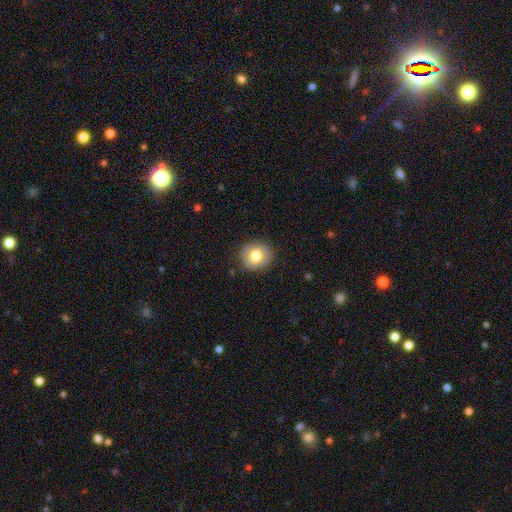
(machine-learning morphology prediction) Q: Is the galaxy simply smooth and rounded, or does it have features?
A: smooth — 80%.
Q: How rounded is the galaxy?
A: round — 83%.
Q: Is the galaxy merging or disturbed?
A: none — 88%.